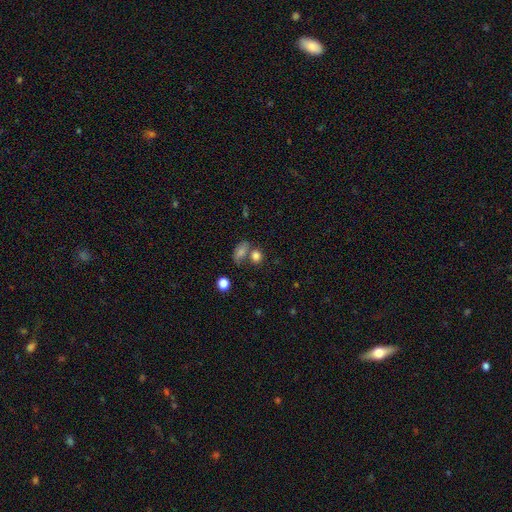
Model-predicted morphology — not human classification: Smooth or featured?
  - smooth: 79% *
  - star or artifact: 13%
  - featured or disk: 8%
How rounded?
  - round: 58% *
  - in between: 40%
  - cigar-shaped: 2%
Merging?
  - none: 50% *
  - merger: 31%
  - minor disturbance: 13%
  - major disturbance: 6%